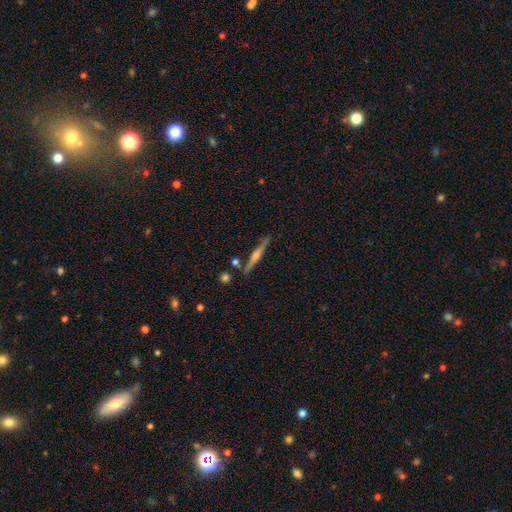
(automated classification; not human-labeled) Smooth or featured: featured or disk — 75% (smooth — 19%)
Edge-on disk: yes — 98% (no — 2%)
Edge-on bulge: rounded — 81% (none — 11%)
Merging: none — 86% (minor disturbance — 8%)